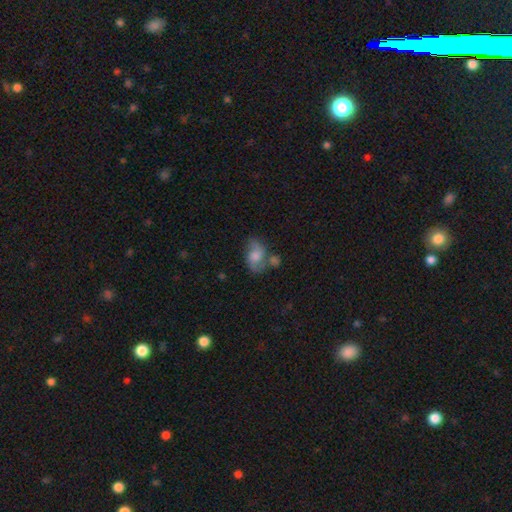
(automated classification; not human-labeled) Smooth or featured? featured or disk (50%)
Merging? none (43%)